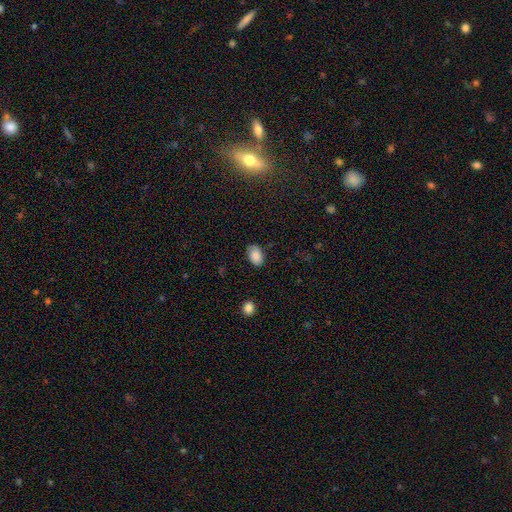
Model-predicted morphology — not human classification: A smooth galaxy with no disk features (85%) that is in between round and cigar-shaped (90%). Merging: none (77%).